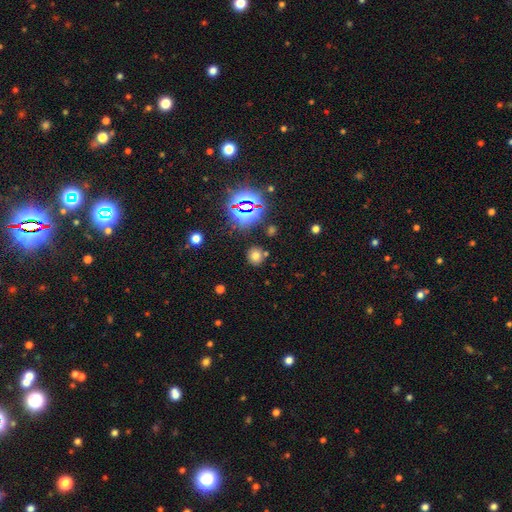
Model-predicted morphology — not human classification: Overall: smooth (66%). How rounded: round (86%). Merging: none (81%).